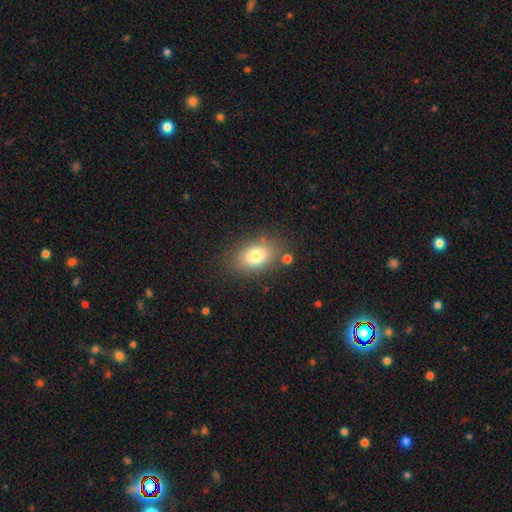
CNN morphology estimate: Smooth or featured? Predicted: smooth (p=0.78). How rounded? Predicted: in between (p=0.82). Merging? Predicted: none (p=0.78).